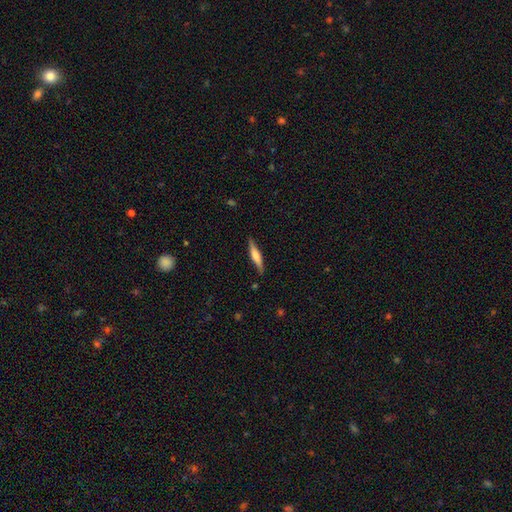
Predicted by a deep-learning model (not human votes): Smooth or featured? Predicted: featured or disk (p=0.52). Edge-on disk? Predicted: yes (p=0.96). Merging? Predicted: none (p=0.87).